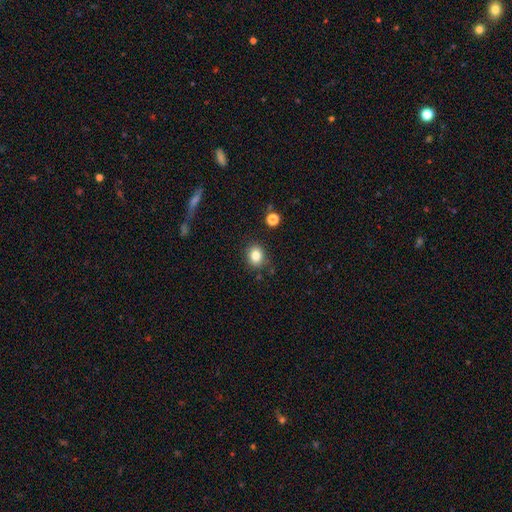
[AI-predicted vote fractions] This appears to be a smooth galaxy with no disk features (83%) that is round (64%). Merging: none (84%).